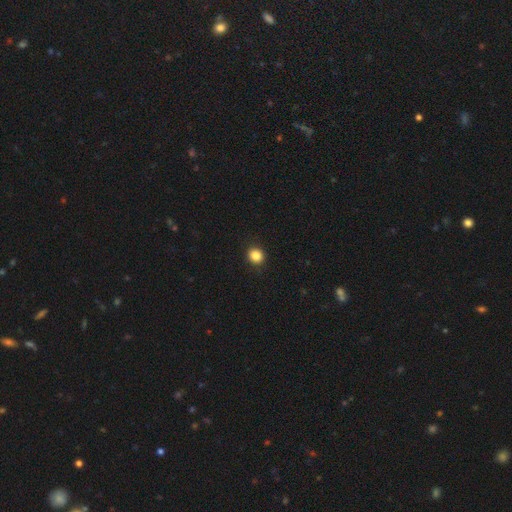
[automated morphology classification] type=smooth (85%); roundness=round (82%); merging=none (91%).